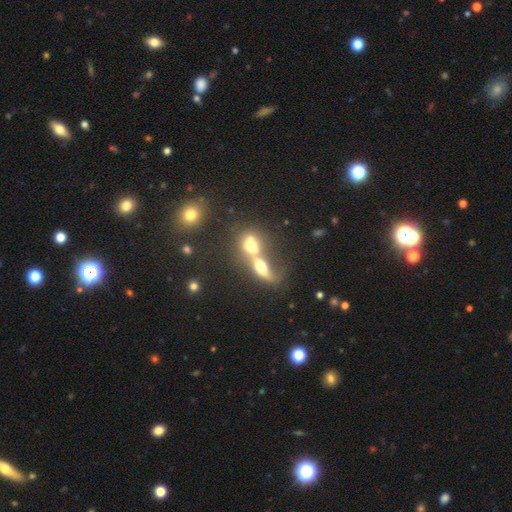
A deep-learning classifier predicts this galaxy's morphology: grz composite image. It shows a smooth galaxy with no disk features (49%). Merging: merger (71%).